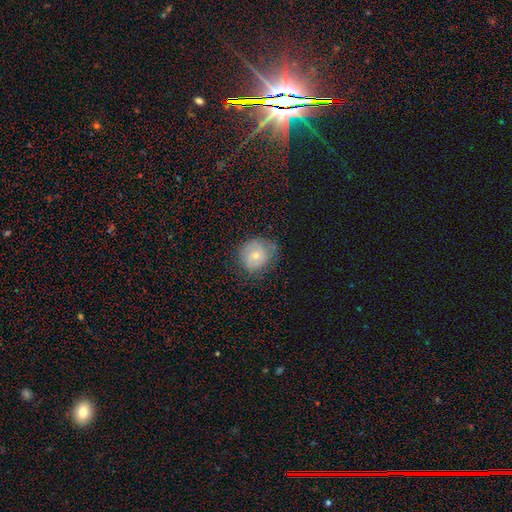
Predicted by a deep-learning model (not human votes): Smooth or featured? Predicted: smooth (p=0.60). How rounded? Predicted: round (p=0.81). Merging? Predicted: none (p=0.67).